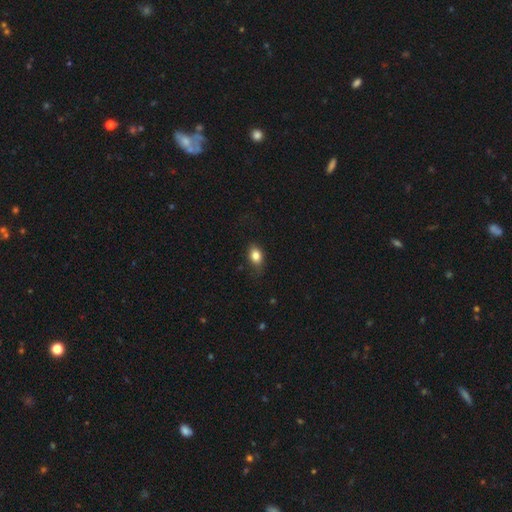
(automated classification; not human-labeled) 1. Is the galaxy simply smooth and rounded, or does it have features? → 83% smooth, 9% star or artifact, 8% featured or disk.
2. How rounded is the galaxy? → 77% in between, 21% round, 2% cigar-shaped.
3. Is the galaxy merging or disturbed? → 72% none, 22% minor disturbance, 5% major disturbance, 1% merger.